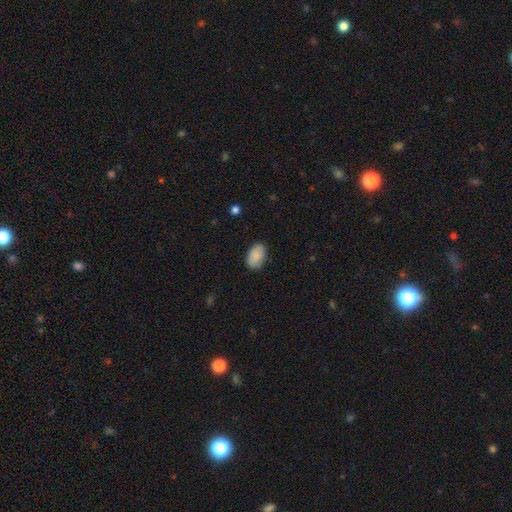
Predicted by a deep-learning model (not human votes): Smooth or featured?
  - smooth: 89% *
  - star or artifact: 6%
  - featured or disk: 4%
How rounded?
  - in between: 92% *
  - round: 7%
  - cigar-shaped: 1%
Merging?
  - none: 83% *
  - minor disturbance: 13%
  - major disturbance: 3%
  - merger: 1%